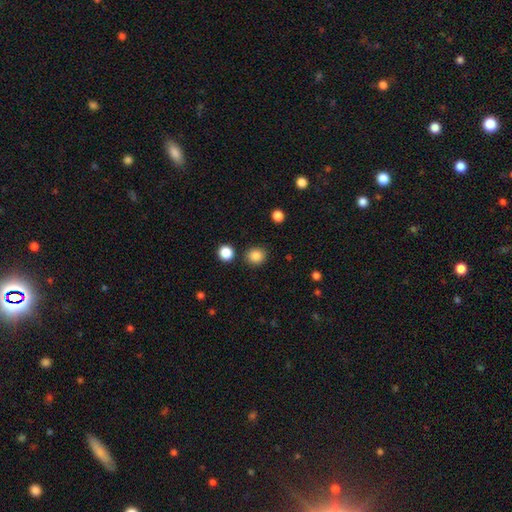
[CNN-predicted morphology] smooth 86%, star or artifact 10%, featured or disk 3%. Down the decision tree: how rounded — round (83%); merging — none (88%).